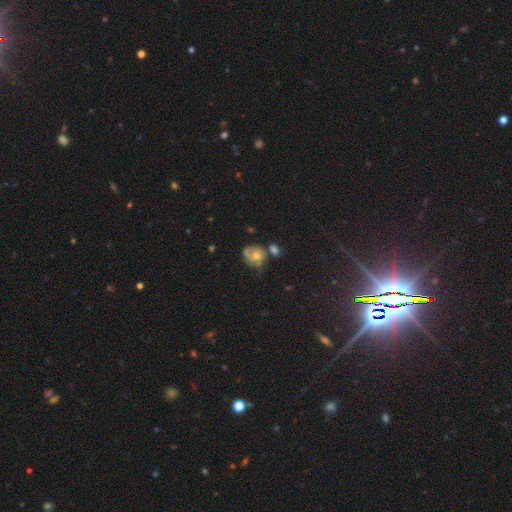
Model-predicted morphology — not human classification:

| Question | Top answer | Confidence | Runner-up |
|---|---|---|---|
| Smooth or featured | featured or disk | 48% | smooth (41%) |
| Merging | none | 37% | minor disturbance (23%) |